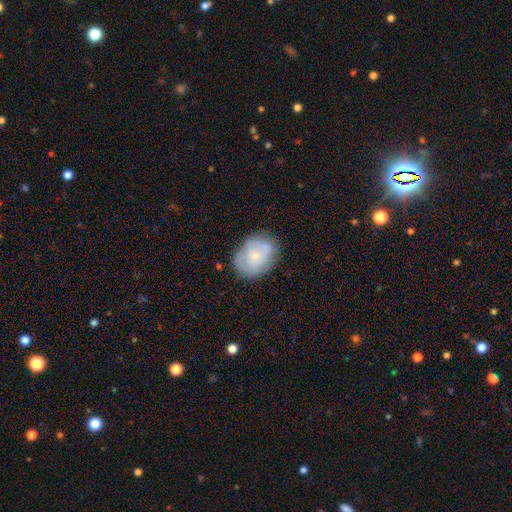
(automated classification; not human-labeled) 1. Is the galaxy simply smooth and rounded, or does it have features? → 55% smooth, 38% featured or disk, 7% star or artifact.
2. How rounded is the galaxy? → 61% in between, 38% round, 1% cigar-shaped.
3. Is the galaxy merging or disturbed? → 69% none, 22% minor disturbance, 6% major disturbance, 3% merger.